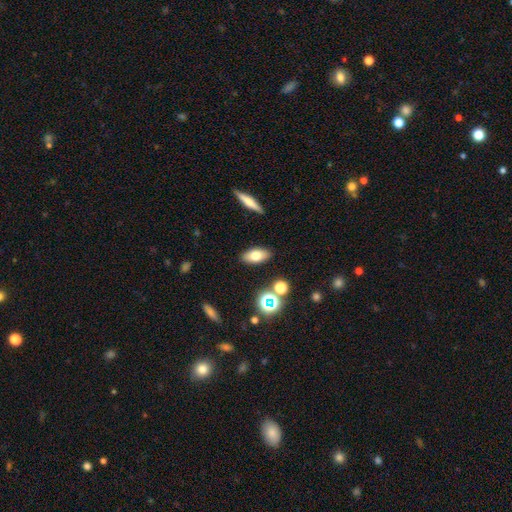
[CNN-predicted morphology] Smooth or featured?
  - smooth: 70% *
  - featured or disk: 19%
  - star or artifact: 11%
How rounded?
  - in between: 83% *
  - cigar-shaped: 12%
  - round: 5%
Merging?
  - none: 86% *
  - minor disturbance: 9%
  - major disturbance: 3%
  - merger: 2%